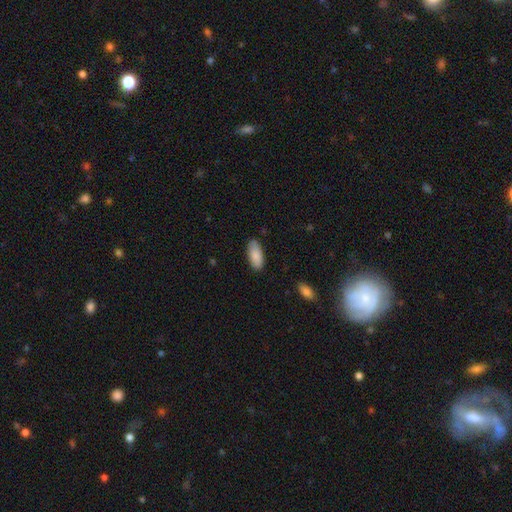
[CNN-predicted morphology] Smooth or featured?
  - smooth: 86% *
  - featured or disk: 8%
  - star or artifact: 6%
How rounded?
  - in between: 88% *
  - cigar-shaped: 11%
  - round: 2%
Merging?
  - none: 85% *
  - minor disturbance: 12%
  - major disturbance: 2%
  - merger: 1%